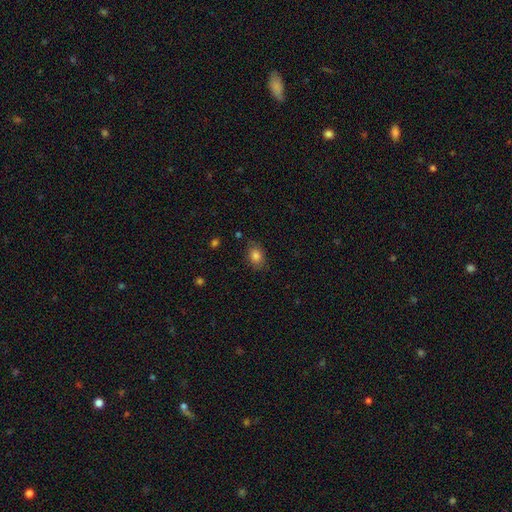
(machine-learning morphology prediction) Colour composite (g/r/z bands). It shows a smooth galaxy with no disk features (83%) that is in between round and cigar-shaped (71%). Merging: none (77%).